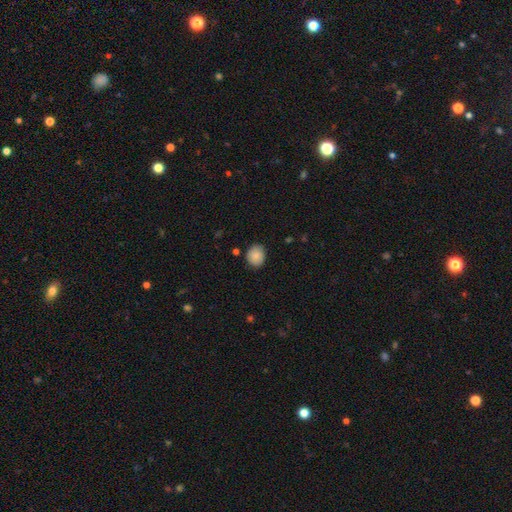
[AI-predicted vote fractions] smooth_or_featured: smooth (p=0.87) [alt: star or artifact p=0.07]
how_rounded: round (p=0.61) [alt: in between p=0.38]
merging: none (p=0.83) [alt: minor disturbance p=0.13]